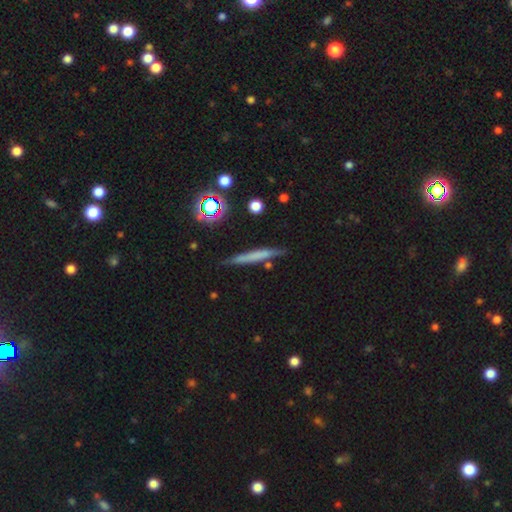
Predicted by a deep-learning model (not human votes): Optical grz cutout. It shows a smooth galaxy with no disk features (53%) that is cigar-shaped (93%). Merging: none (81%).